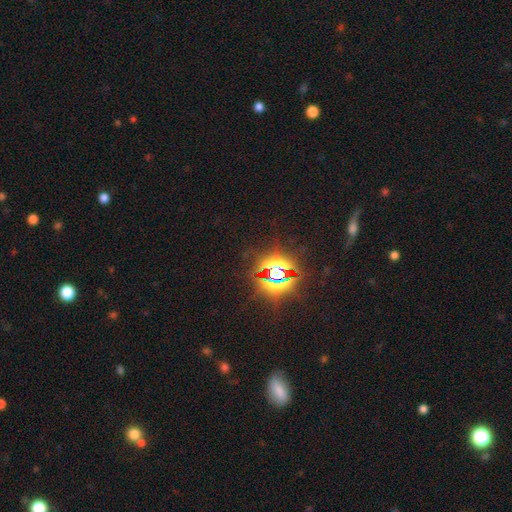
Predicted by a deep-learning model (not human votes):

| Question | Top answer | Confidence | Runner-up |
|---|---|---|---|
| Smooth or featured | star or artifact | 85% | smooth (9%) |